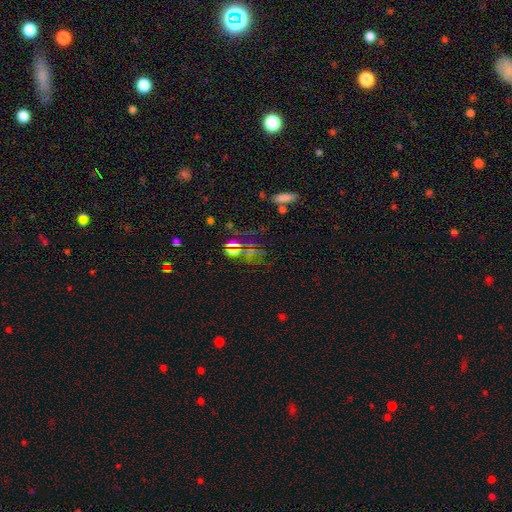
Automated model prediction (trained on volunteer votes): Q: Smooth or featured?
A: star or artifact (58%); runner-up: smooth (22%)